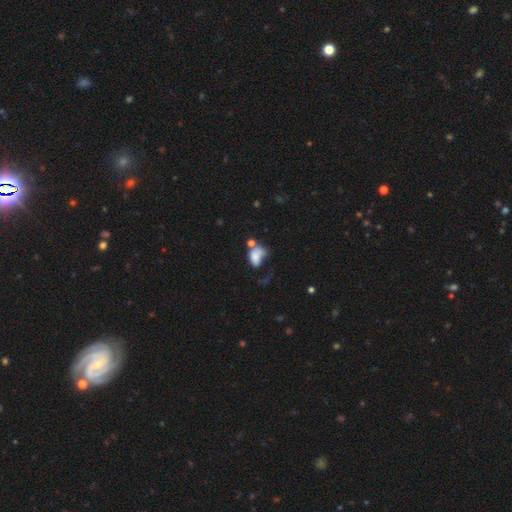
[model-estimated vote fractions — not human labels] A smooth galaxy with no disk features (70%) that is in between round and cigar-shaped (81%). Merging: major disturbance (32%).